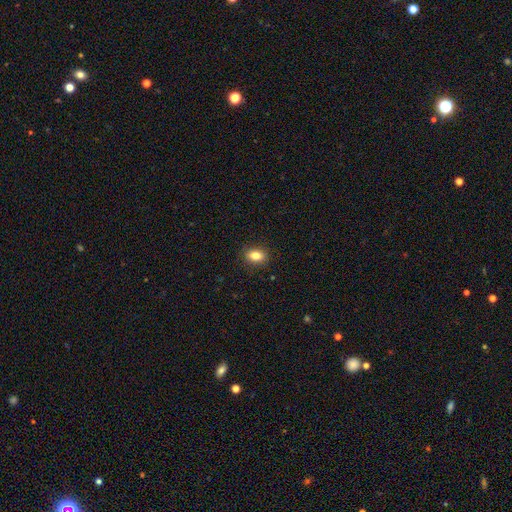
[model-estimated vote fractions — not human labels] A smooth galaxy with no disk features (83%) that is in between round and cigar-shaped (74%). Merging: none (89%).